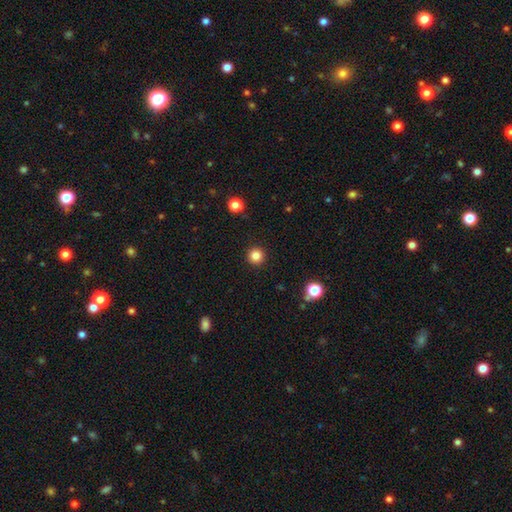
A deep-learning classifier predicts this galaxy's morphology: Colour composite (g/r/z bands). It shows a smooth galaxy with no disk features (84%) that is round (95%). Merging: none (93%).